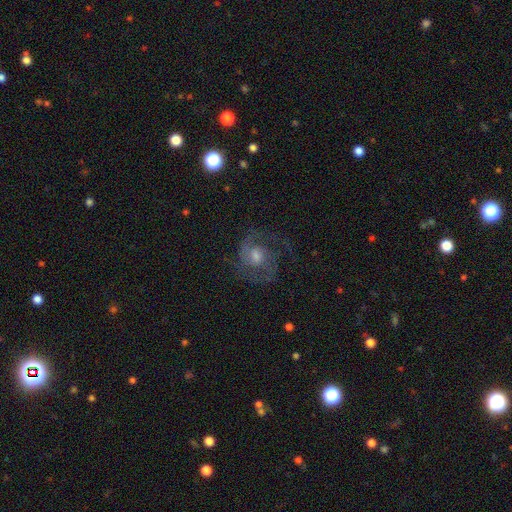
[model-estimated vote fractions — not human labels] featured or disk 79%, smooth 12%, star or artifact 9%. Down the decision tree: edge-on disk — no (98%); bar — no (55%); spiral arms — yes (94%); spiral arm count — 2 (65%); spiral winding — medium (52%); bulge size — moderate (55%); merging — none (69%).